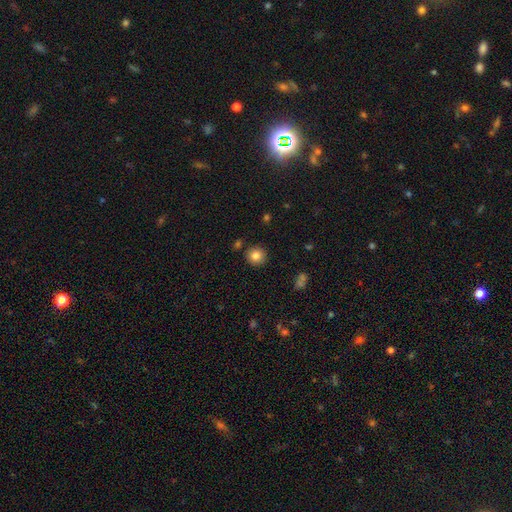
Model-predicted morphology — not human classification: This is clearly a smooth galaxy (82%). How rounded: clearly round (92%). Merging: clearly none (88%).